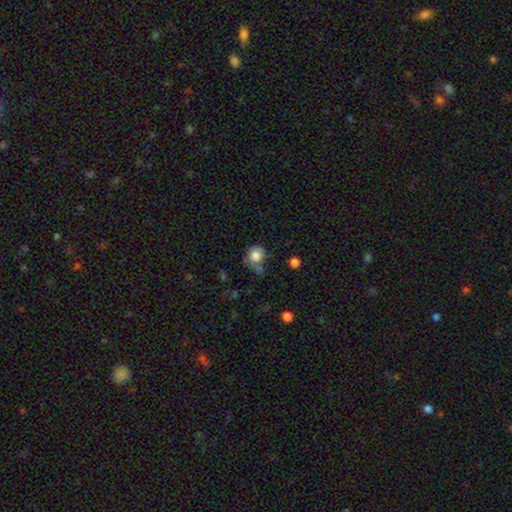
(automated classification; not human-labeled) smooth 81%, star or artifact 10%, featured or disk 9%. Down the decision tree: how rounded — round (76%); merging — none (47%).